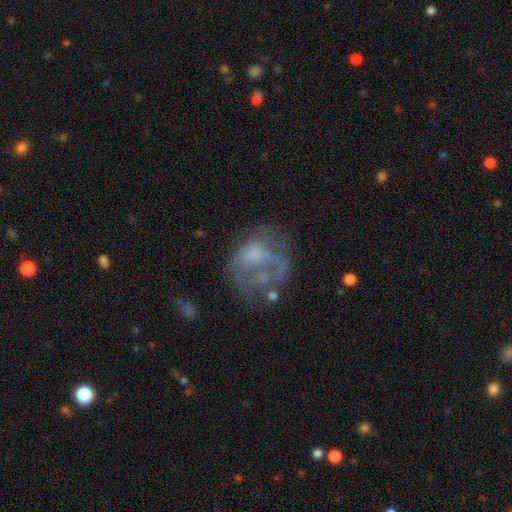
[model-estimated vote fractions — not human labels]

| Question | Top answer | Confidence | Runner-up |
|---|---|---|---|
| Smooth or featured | featured or disk | 50% | smooth (37%) |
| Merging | none | 35% | tied: major disturbance (35%) |